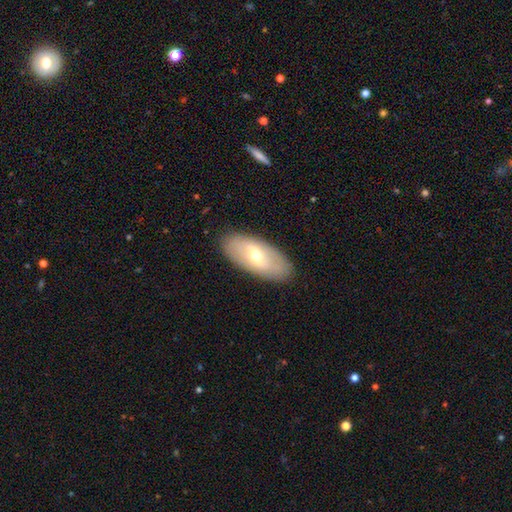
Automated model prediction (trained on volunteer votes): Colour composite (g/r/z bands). It shows a featured or disk galaxy (50%). Merging: none (88%).